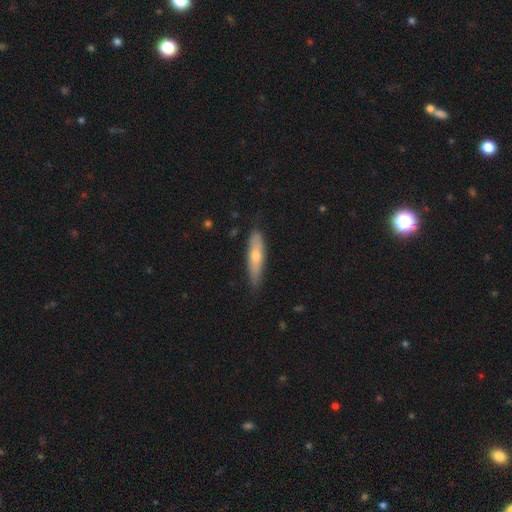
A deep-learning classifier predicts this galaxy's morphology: Overall: smooth (56%; featured or disk 38%). How rounded: cigar-shaped (75%). Merging: none (78%).